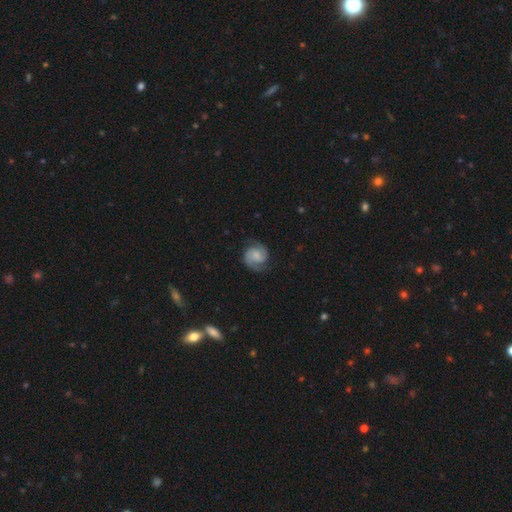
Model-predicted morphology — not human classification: featured or disk 78%, smooth 16%, star or artifact 6%. Down the decision tree: edge-on disk — no (98%); bar — no (59%); spiral arms — yes (97%); spiral arm count — 2 (89%); spiral winding — medium (46%); bulge size — small (34%); merging — none (78%).